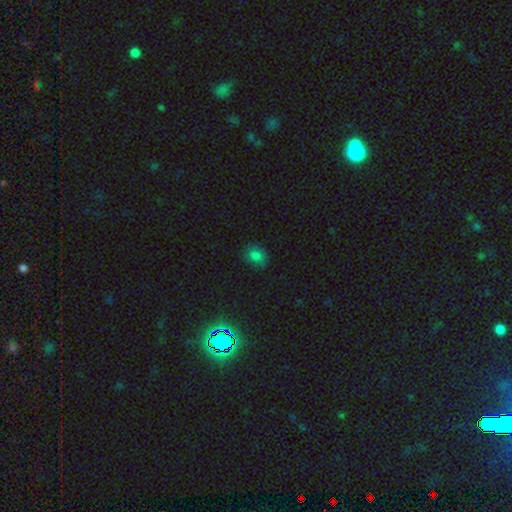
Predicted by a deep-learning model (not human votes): This appears to be a smooth galaxy with no disk features (72%) that is in between round and cigar-shaped (52%). Merging: none (73%).